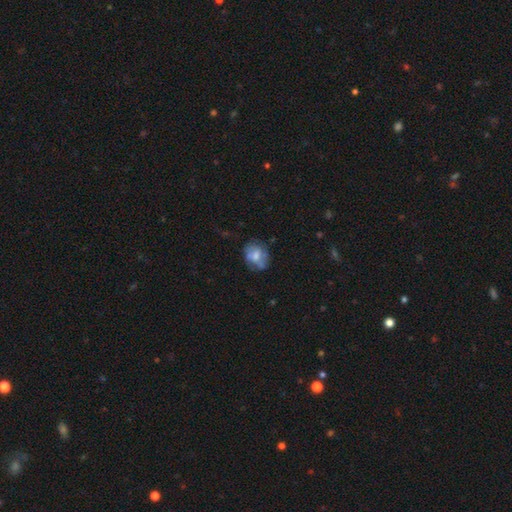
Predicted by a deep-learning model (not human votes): Smooth or featured?
  - smooth: 55% *
  - featured or disk: 36%
  - star or artifact: 9%
How rounded?
  - in between: 53% *
  - round: 46%
  - cigar-shaped: 1%
Merging?
  - none: 58% *
  - minor disturbance: 26%
  - major disturbance: 11%
  - merger: 4%